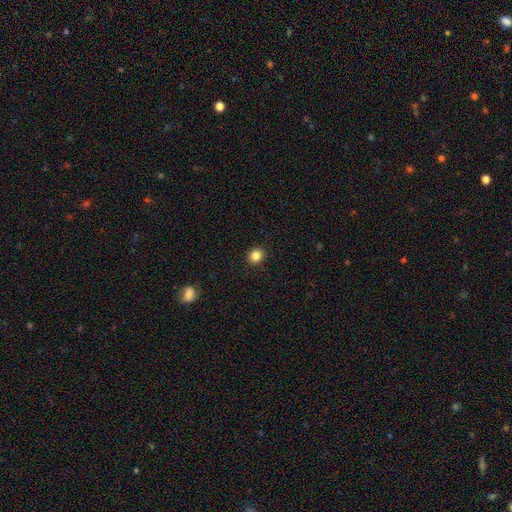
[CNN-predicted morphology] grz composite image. It shows a smooth galaxy with no disk features (84%) that is round (79%). Merging: none (92%).